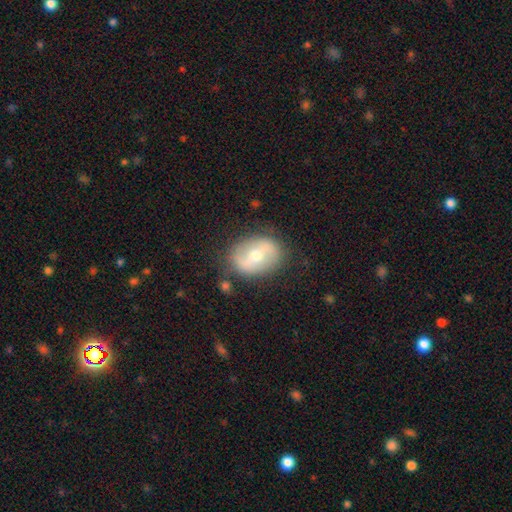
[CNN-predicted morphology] Smooth or featured? featured or disk (55%)
Edge-on disk? no (93%)
Bar? strong (37%)
Spiral arms? no (54%)
Bulge size? moderate (63%)
Merging? none (80%)